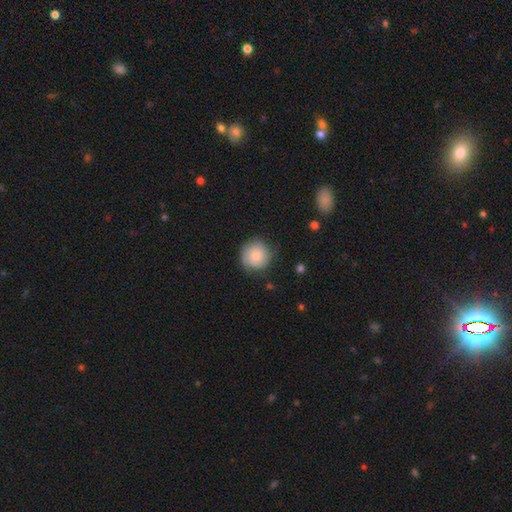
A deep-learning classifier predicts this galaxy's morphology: Q: Smooth or featured?
A: smooth (76%); runner-up: featured or disk (17%)
Q: How rounded?
A: round (93%); runner-up: in between (6%)
Q: Merging?
A: none (75%); runner-up: minor disturbance (19%)